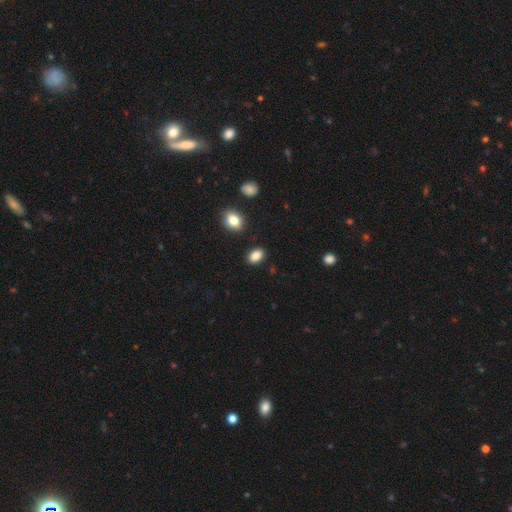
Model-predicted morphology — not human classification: This appears to be a smooth galaxy with no disk features (86%) that is in between round and cigar-shaped (84%). Merging: none (88%).